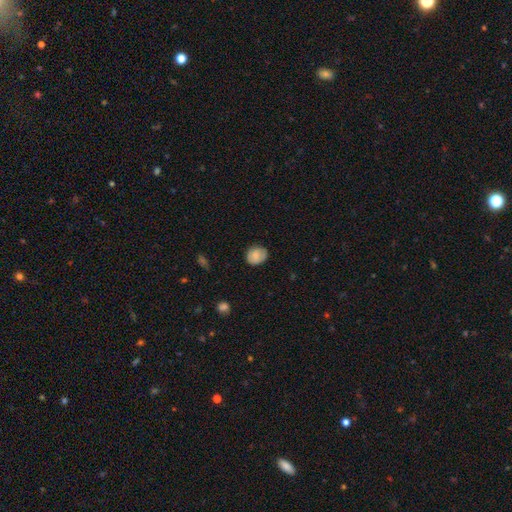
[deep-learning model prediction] Overall: smooth (82%). How rounded: round (68%; in between 31%). Merging: none (78%).